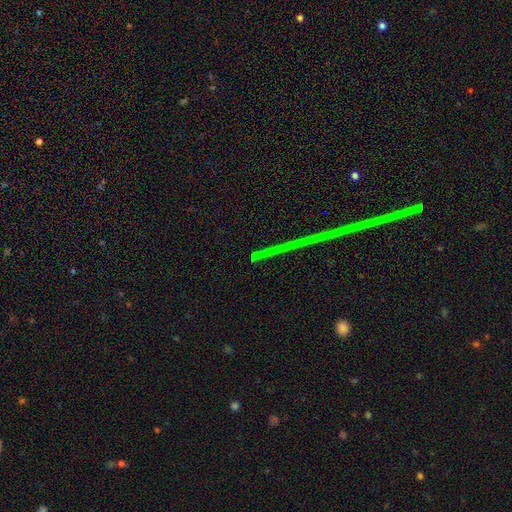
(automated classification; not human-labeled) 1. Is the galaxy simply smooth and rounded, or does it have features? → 78% star or artifact, 12% featured or disk, 10% smooth.